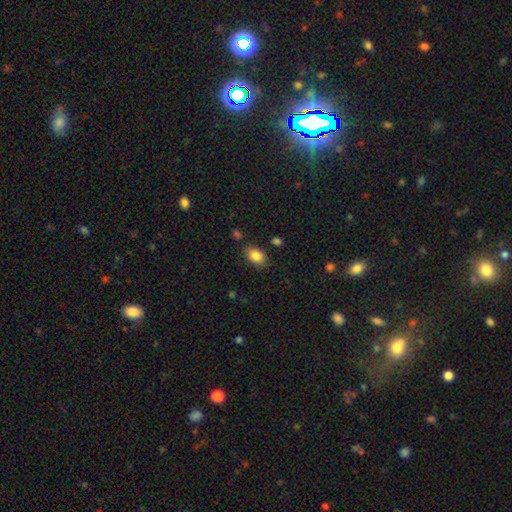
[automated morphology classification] Q: Smooth or featured?
A: smooth (86%); runner-up: star or artifact (8%)
Q: How rounded?
A: in between (85%); runner-up: round (14%)
Q: Merging?
A: none (82%); runner-up: minor disturbance (12%)